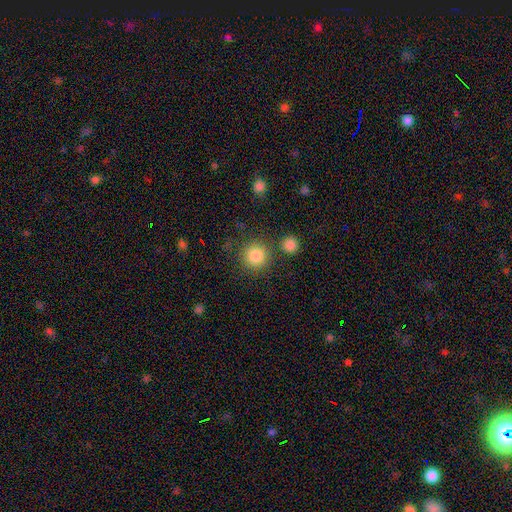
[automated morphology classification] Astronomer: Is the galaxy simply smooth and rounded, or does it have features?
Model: smooth — 85%.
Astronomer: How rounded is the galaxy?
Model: round — 94%.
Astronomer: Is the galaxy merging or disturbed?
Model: none — 82%.